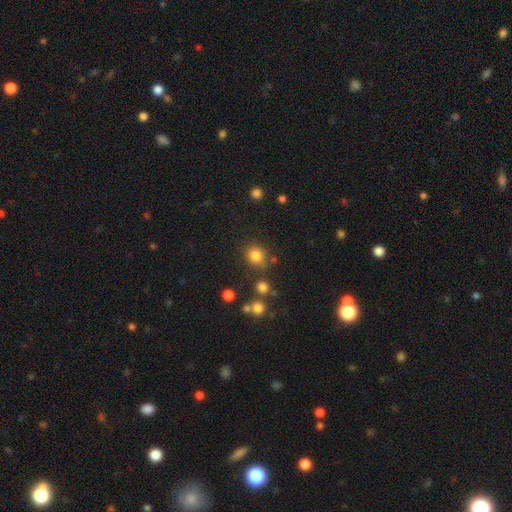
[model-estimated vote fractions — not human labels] Smooth or featured? smooth (82%)
How rounded? round (83%)
Merging? none (76%)